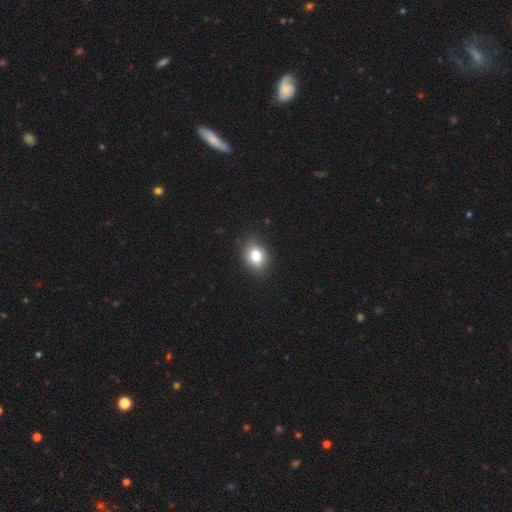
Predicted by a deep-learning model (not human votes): smooth_or_featured: smooth (p=0.81) [alt: star or artifact p=0.10]
how_rounded: in between (p=0.69) [alt: round p=0.30]
merging: none (p=0.85) [alt: minor disturbance p=0.12]